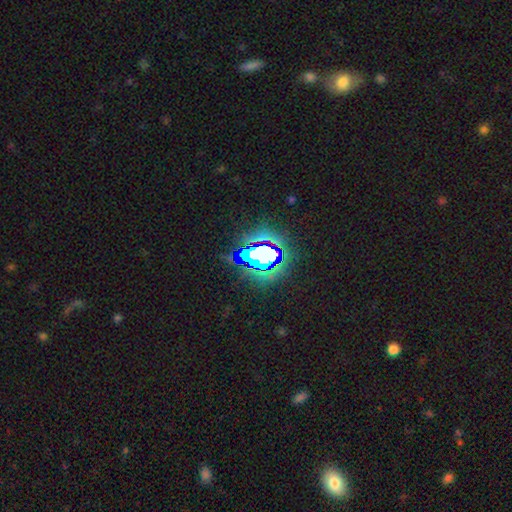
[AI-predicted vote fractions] A star or artifact, not a galaxy (80%).